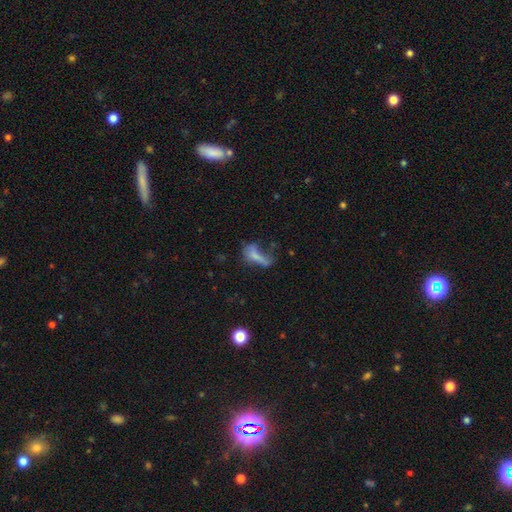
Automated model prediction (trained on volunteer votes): Smooth or featured? Predicted: smooth (p=0.58). How rounded? Predicted: in between (p=0.60). Merging? Predicted: major disturbance (p=0.42).